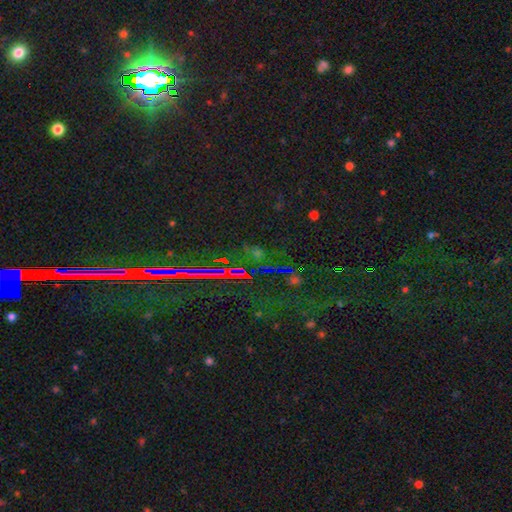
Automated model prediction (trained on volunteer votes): Smooth or featured? Predicted: star or artifact (p=0.78).